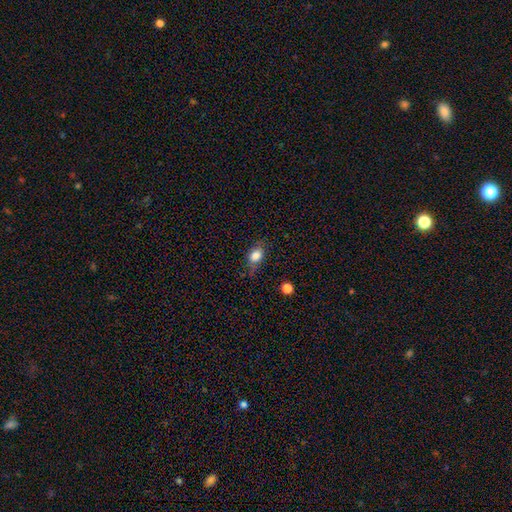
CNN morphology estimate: The model was most divided on "merging": none: 64%, minor disturbance: 25%, major disturbance: 8%, merger: 2%. More confident: smooth or featured — smooth (80%); how rounded — in between (76%).